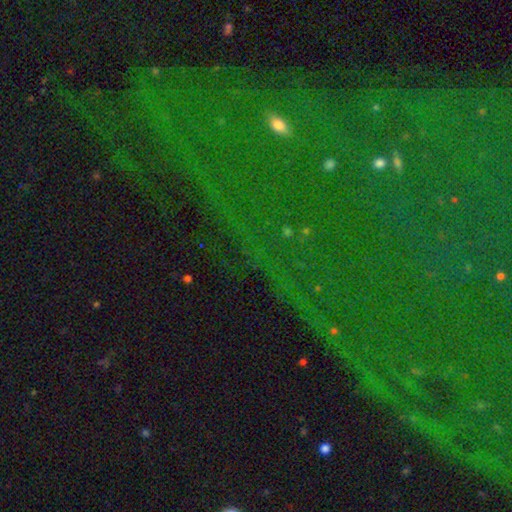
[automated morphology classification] Smooth or featured? Predicted: star or artifact (p=0.80).